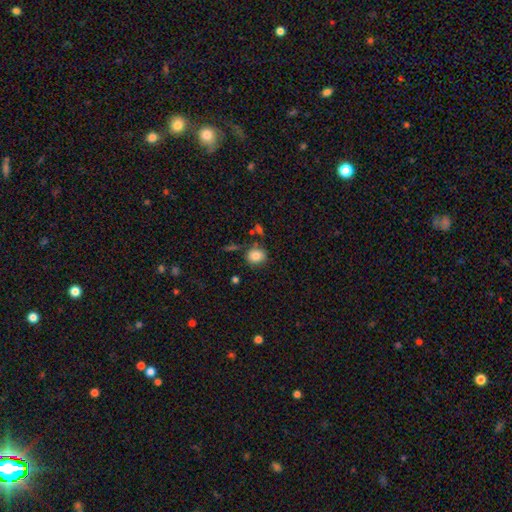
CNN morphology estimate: A smooth galaxy with no disk features (84%) that is round (74%). Merging: none (76%).